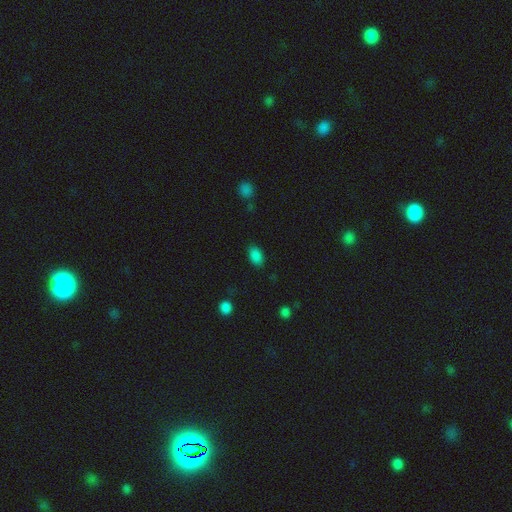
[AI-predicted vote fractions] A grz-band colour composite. It shows a smooth galaxy with no disk features (85%) that is in between round and cigar-shaped (87%). Merging: none (84%).